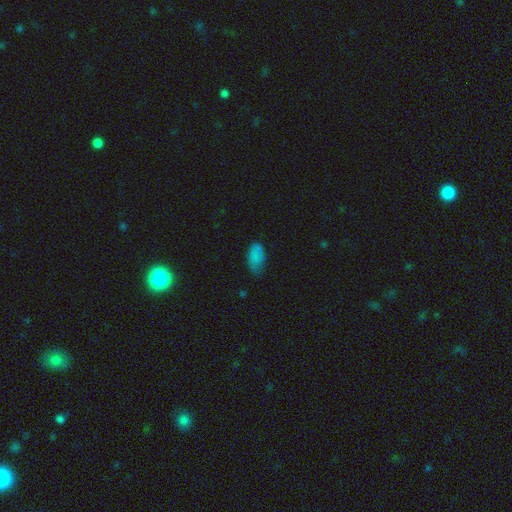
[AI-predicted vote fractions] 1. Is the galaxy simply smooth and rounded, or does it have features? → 82% smooth, 10% star or artifact, 8% featured or disk.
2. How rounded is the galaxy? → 93% in between, 4% cigar-shaped, 3% round.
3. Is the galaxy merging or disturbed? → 55% none, 34% minor disturbance, 9% major disturbance, 2% merger.